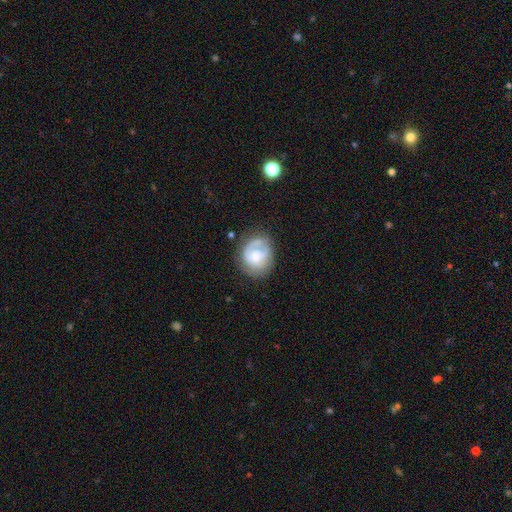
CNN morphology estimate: A featured or disk galaxy (55%) with no bar (63%), spiral arms (71%) and a moderate central bulge (41%).

Vote fractions:
- Smooth or featured? featured or disk: 55% / smooth: 38% / star or artifact: 7%
- Edge-on disk? no: 97% / yes: 3%
- Bar? no: 63% / weak: 31% / strong: 6%
- Spiral arms? yes: 71% / no: 29%
- Bulge size? moderate: 41% / small: 37% / none: 10% / large: 9% / dominant: 2%
- Merging? none: 61% / minor disturbance: 23% / major disturbance: 14% / merger: 3%